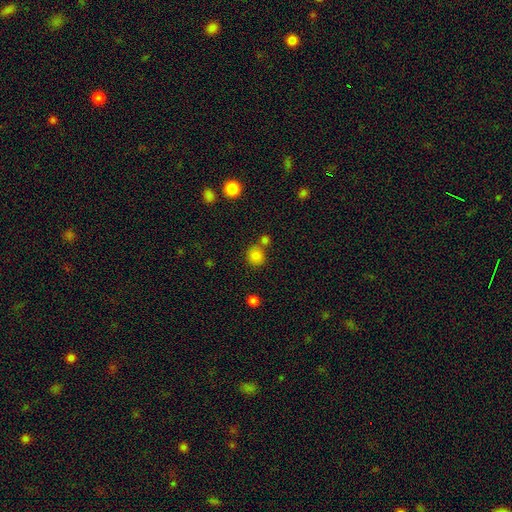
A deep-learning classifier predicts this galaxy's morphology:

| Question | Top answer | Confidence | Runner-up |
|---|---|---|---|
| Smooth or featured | smooth | 81% | star or artifact (13%) |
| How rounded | round | 88% | in between (11%) |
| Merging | none | 69% | merger (19%) |